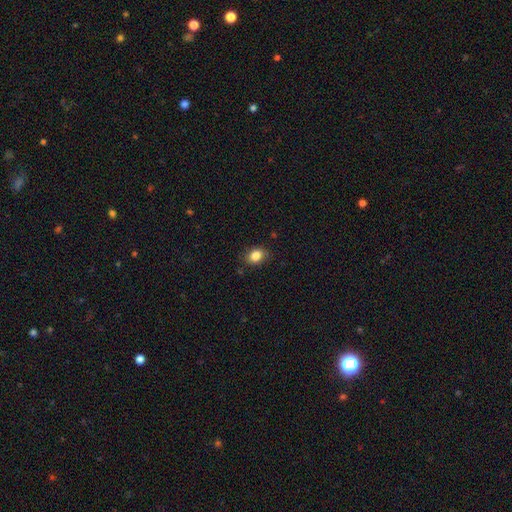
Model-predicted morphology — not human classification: A smooth galaxy with no disk features (85%) that is in between round and cigar-shaped (57%). Merging: none (81%).